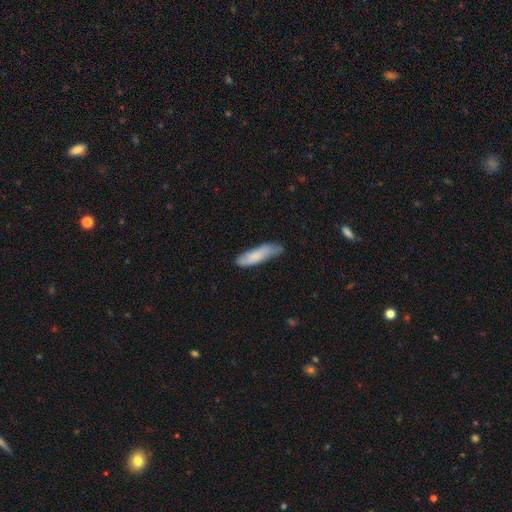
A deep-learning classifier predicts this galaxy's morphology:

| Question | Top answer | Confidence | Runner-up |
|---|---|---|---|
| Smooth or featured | smooth | 78% | featured or disk (17%) |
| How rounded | cigar-shaped | 65% | in between (33%) |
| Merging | none | 64% | minor disturbance (28%) |